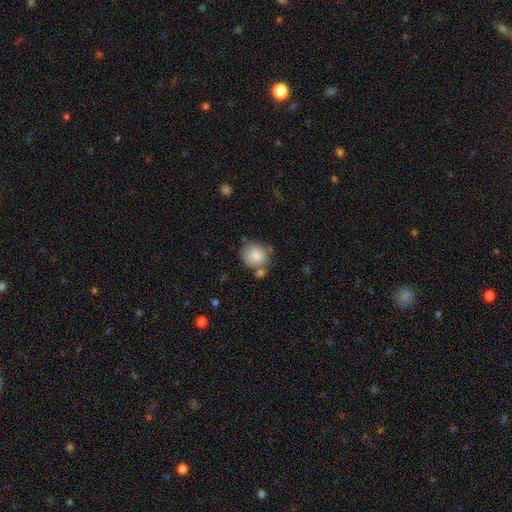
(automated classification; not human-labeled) Q: Smooth or featured?
A: smooth (83%); runner-up: featured or disk (9%)
Q: How rounded?
A: round (83%); runner-up: in between (16%)
Q: Merging?
A: none (62%); runner-up: minor disturbance (18%)